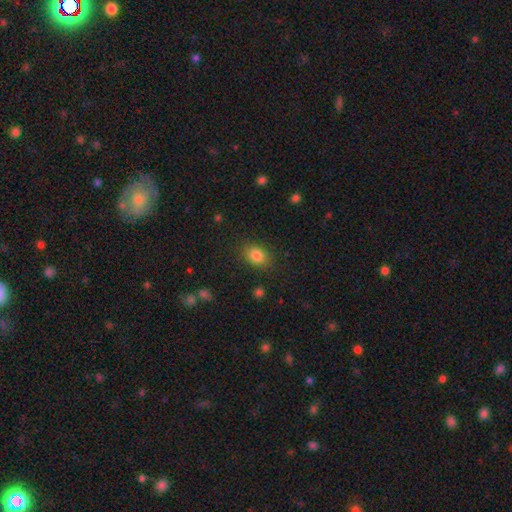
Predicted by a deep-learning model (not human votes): Smooth or featured? smooth (83%)
How rounded? in between (68%)
Merging? none (84%)